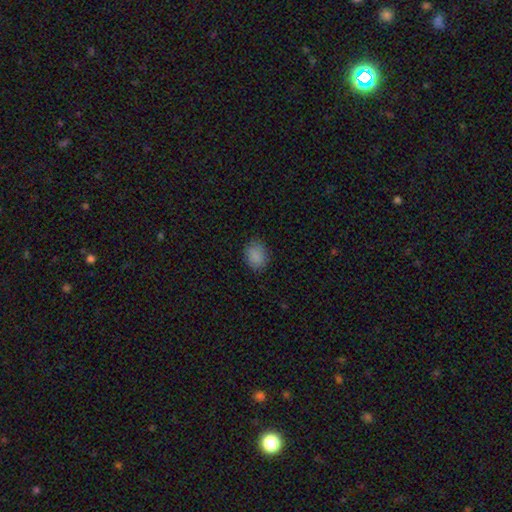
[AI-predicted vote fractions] The model was most divided on "how rounded": round: 50%, in between: 49%, cigar-shaped: 1%. More confident: smooth or featured — smooth (86%); merging — none (82%).